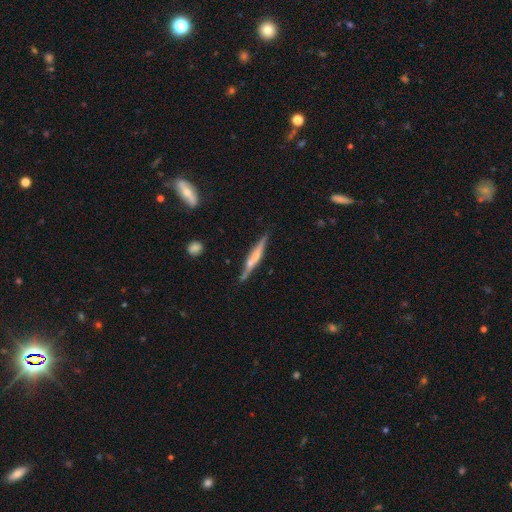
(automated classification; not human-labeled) Overall: featured or disk (66%; smooth 28%). Edge-on disk: yes (96%). Edge-on bulge: rounded (63%). Merging: none (78%).